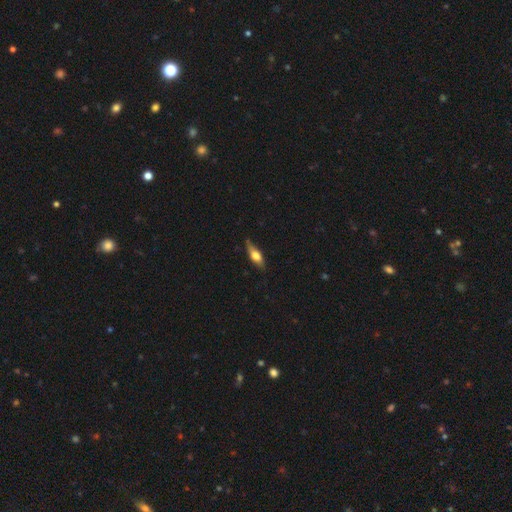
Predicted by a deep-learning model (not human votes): Smooth or featured? smooth (57%)
How rounded? in between (54%)
Merging? none (74%)